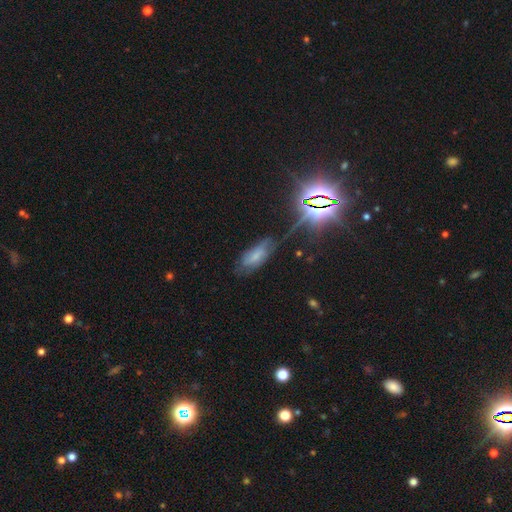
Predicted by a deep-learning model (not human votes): Q: Smooth or featured?
A: smooth (49%); runner-up: featured or disk (29%)
Q: Merging?
A: none (51%); runner-up: minor disturbance (30%)